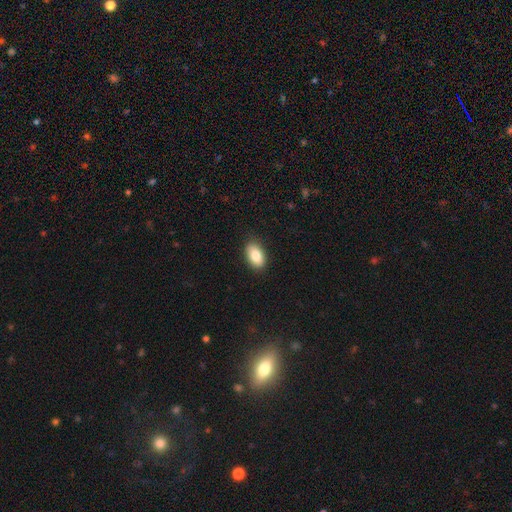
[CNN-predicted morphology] Smooth or featured? Predicted: smooth (p=0.85). How rounded? Predicted: in between (p=0.92). Merging? Predicted: none (p=0.87).